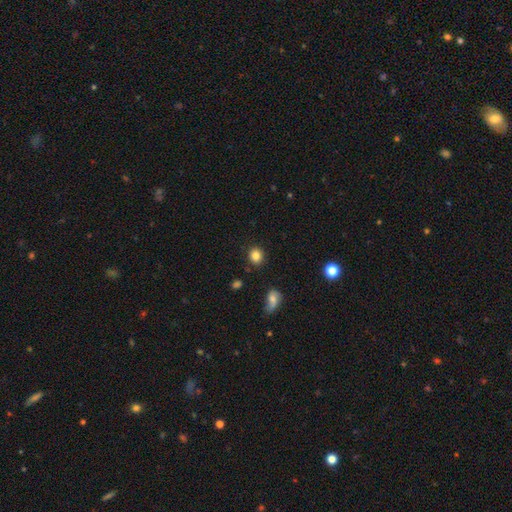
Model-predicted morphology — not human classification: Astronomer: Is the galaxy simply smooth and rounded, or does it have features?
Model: smooth — 85%.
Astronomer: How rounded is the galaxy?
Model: round — 79%.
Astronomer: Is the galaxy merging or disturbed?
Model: none — 88%.